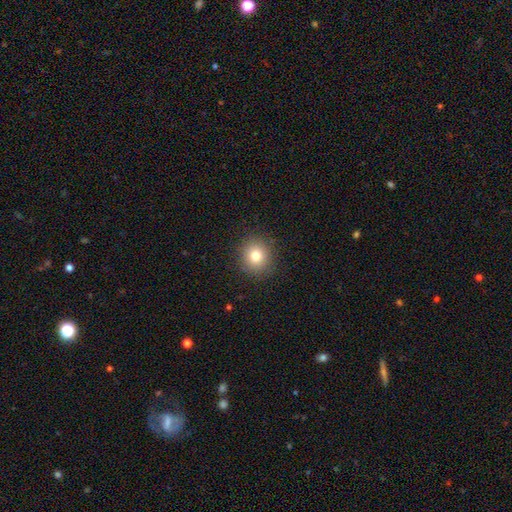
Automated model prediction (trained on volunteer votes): Smooth or featured?
  - smooth: 79% *
  - star or artifact: 12%
  - featured or disk: 9%
How rounded?
  - round: 87% *
  - in between: 12%
  - cigar-shaped: 1%
Merging?
  - none: 90% *
  - minor disturbance: 7%
  - major disturbance: 2%
  - merger: 1%